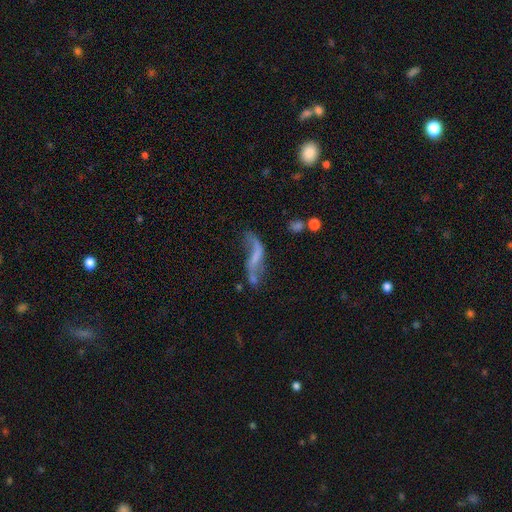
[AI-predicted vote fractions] Morphology: type=featured or disk (69%); edge-on=no (90%); bar=no (41%); spiral arms=yes (75%); bulge=none (62%); merging=none (41%).